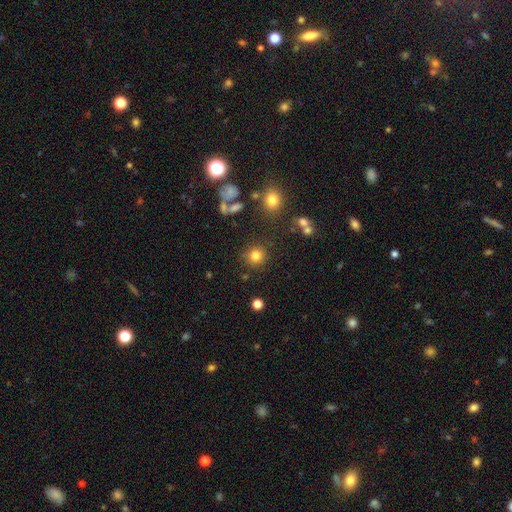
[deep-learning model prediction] Smooth or featured?
  - smooth: 80% *
  - star or artifact: 13%
  - featured or disk: 7%
How rounded?
  - round: 92% *
  - in between: 7%
  - cigar-shaped: 1%
Merging?
  - none: 85% *
  - minor disturbance: 8%
  - merger: 4%
  - major disturbance: 4%